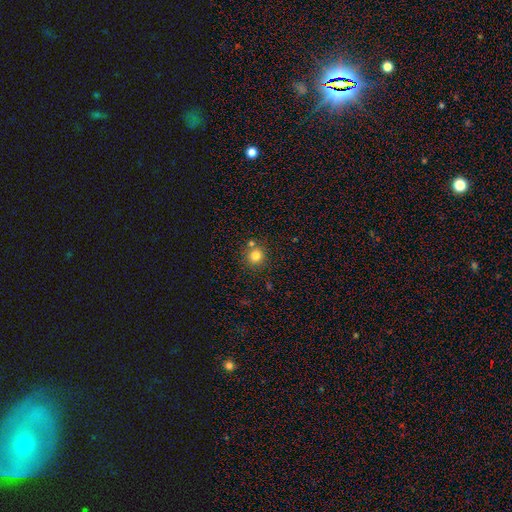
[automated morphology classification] smooth 80%, star or artifact 13%, featured or disk 7%. Down the decision tree: how rounded — round (92%); merging — none (77%).